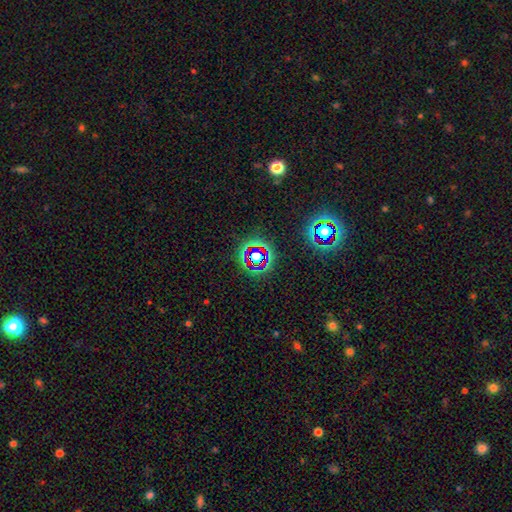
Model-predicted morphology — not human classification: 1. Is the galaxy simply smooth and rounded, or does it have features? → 67% star or artifact, 21% smooth, 12% featured or disk.